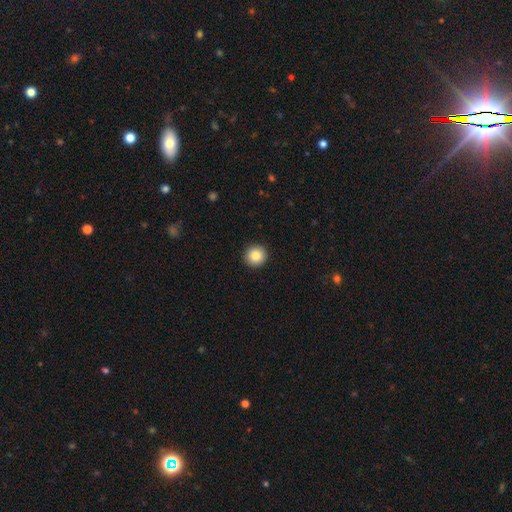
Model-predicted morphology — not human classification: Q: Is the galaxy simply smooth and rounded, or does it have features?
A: smooth — 86%.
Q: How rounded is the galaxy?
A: round — 93%.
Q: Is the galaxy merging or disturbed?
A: none — 93%.